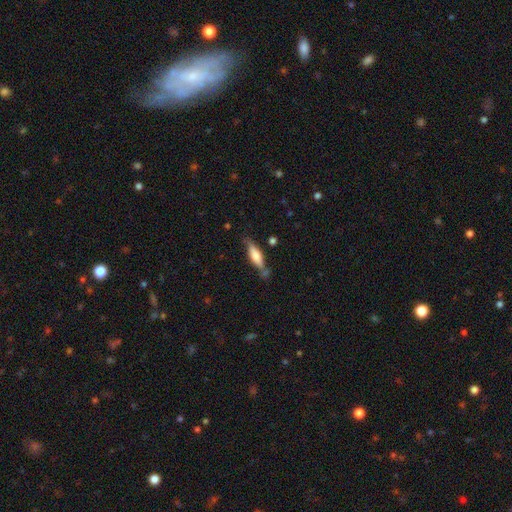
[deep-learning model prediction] smooth-or-featured: smooth: 55% | featured or disk: 39% | star or artifact: 6%
  how-rounded: cigar-shaped: 60% | in between: 38% | round: 2%
  merging: none: 65% | minor disturbance: 21% | merger: 8% | major disturbance: 6%